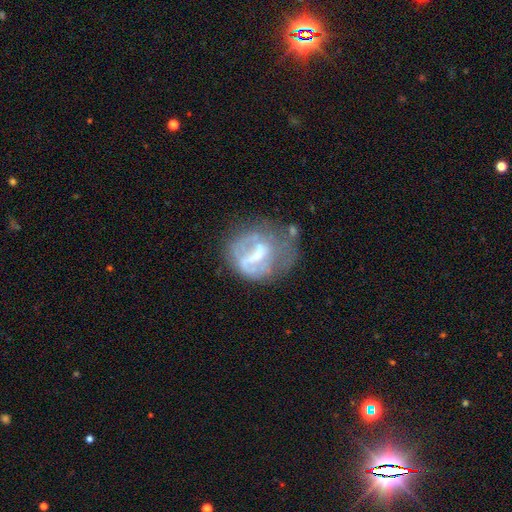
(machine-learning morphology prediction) Overall: featured or disk (61%; smooth 29%). Edge-on disk: no (97%). Bar: weak (35%, tied with strong). Spiral arms: no (68%; yes 32%). Bulge size: none (36%; moderate 29%). Merging: none (35%; major disturbance 34%).